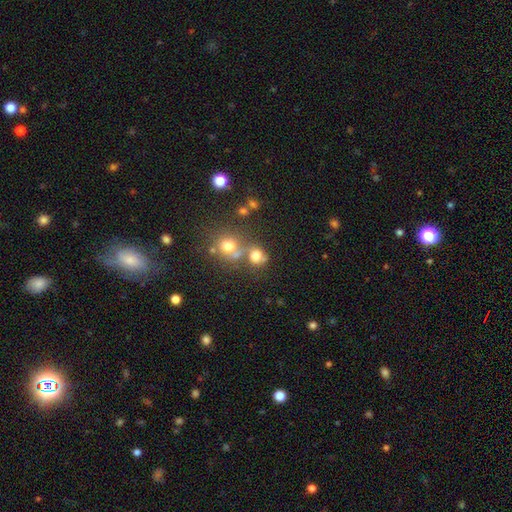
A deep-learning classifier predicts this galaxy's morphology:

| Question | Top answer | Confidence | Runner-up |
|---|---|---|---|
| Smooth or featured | smooth | 72% | star or artifact (17%) |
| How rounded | round | 77% | in between (22%) |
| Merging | none | 50% | merger (33%) |